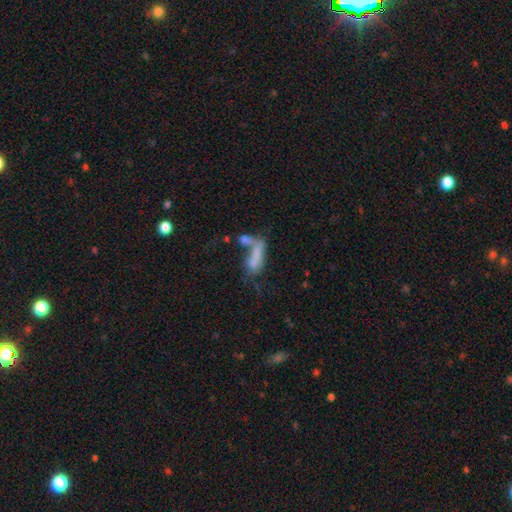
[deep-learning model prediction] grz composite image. It shows a smooth galaxy with no disk features (59%) that is in between round and cigar-shaped (58%). Merging: merger (51%).